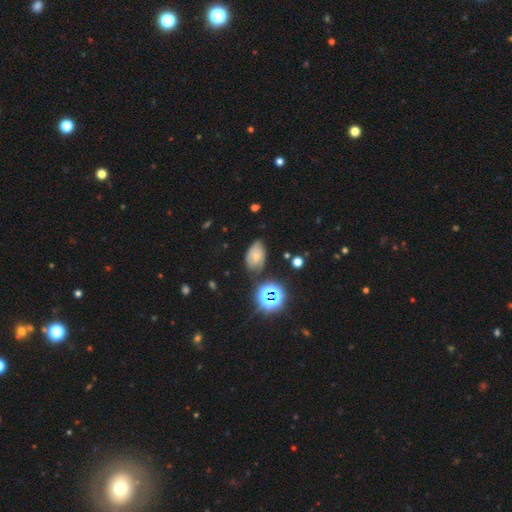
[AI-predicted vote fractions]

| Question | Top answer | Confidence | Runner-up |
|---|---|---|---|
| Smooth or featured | smooth | 47% | featured or disk (32%) |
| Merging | none | 57% | minor disturbance (32%) |